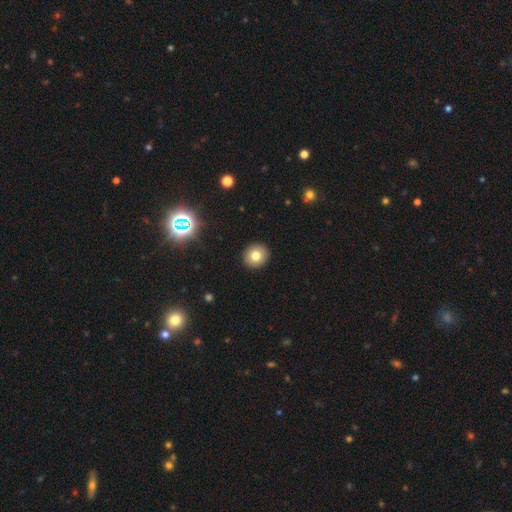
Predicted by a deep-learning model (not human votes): Smooth or featured? smooth (77%)
How rounded? round (87%)
Merging? none (92%)